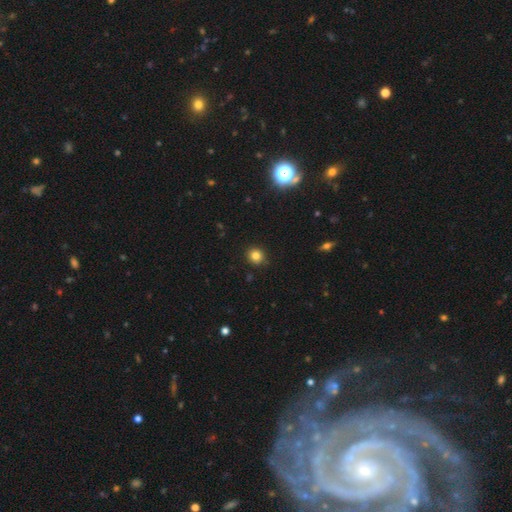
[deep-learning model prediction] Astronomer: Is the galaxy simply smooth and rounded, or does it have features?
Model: smooth — 82%.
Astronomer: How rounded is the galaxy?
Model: round — 88%.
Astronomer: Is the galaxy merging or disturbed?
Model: none — 89%.